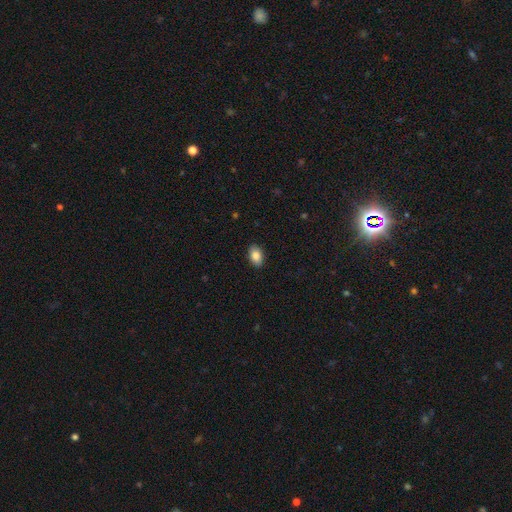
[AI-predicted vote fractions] Morphology: type=smooth (85%); roundness=in between (90%); merging=none (90%).